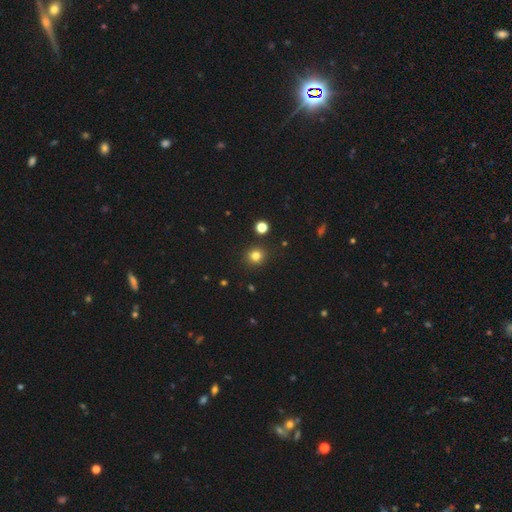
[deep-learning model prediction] Q: Smooth or featured?
A: smooth (80%); runner-up: star or artifact (15%)
Q: How rounded?
A: round (89%); runner-up: in between (10%)
Q: Merging?
A: none (89%); runner-up: minor disturbance (6%)